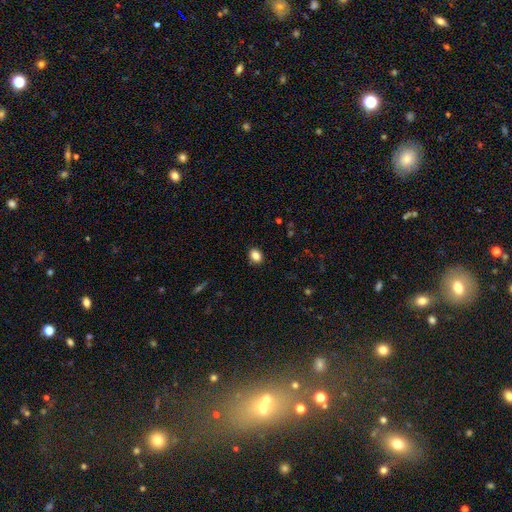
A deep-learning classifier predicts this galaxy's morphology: smooth-or-featured: smooth: 85% | star or artifact: 10% | featured or disk: 5%
  how-rounded: in between: 67% | round: 32% | cigar-shaped: 1%
  merging: none: 88% | minor disturbance: 9% | major disturbance: 2% | merger: 1%